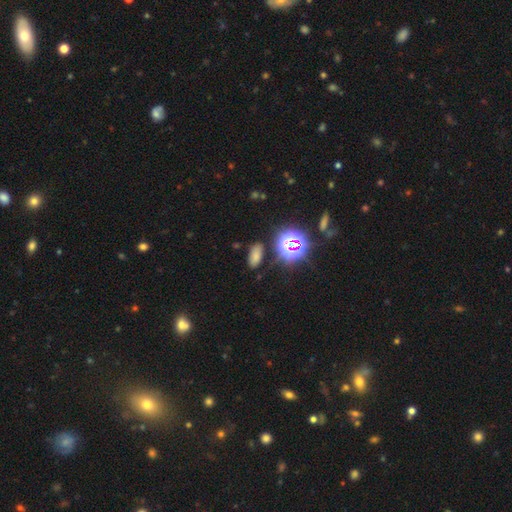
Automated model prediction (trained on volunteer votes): Smooth or featured: smooth — 63% (star or artifact — 29%)
How rounded: in between — 87% (round — 7%)
Merging: none — 80% (minor disturbance — 13%)